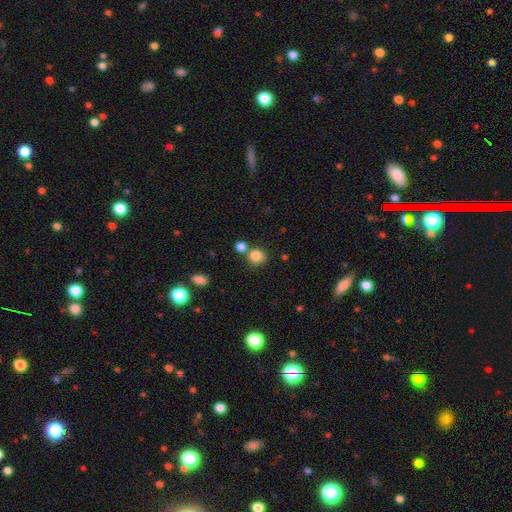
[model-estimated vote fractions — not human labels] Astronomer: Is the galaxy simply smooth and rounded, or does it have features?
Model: smooth — 83%.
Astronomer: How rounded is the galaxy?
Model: round — 76%.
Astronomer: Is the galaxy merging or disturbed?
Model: none — 63%.